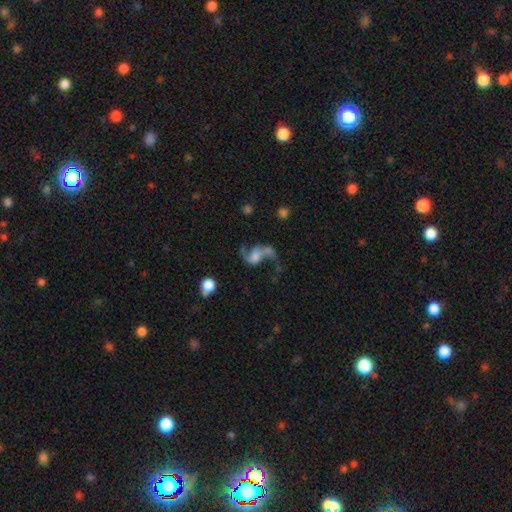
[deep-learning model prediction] Q: Smooth or featured?
A: featured or disk (75%); runner-up: smooth (15%)
Q: Edge-on disk?
A: no (97%); runner-up: yes (3%)
Q: Bar?
A: no (54%); runner-up: weak (35%)
Q: Spiral arms?
A: yes (90%); runner-up: no (10%)
Q: Spiral winding?
A: loose (83%); runner-up: medium (14%)
Q: Spiral arm count?
A: 2 (88%); runner-up: 1 (6%)
Q: Bulge size?
A: none (28%); tied with: moderate (28%)
Q: Merging?
A: none (45%); runner-up: major disturbance (24%)